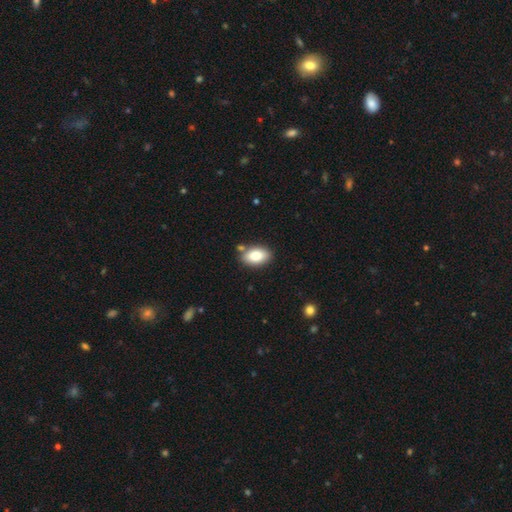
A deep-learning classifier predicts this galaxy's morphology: Smooth or featured? smooth (83%)
How rounded? in between (92%)
Merging? none (80%)